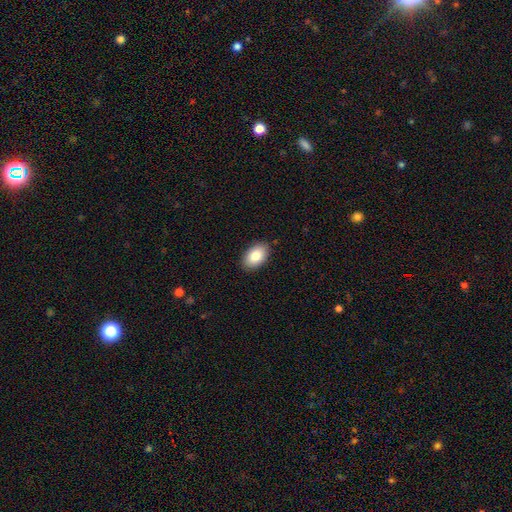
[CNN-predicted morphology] A smooth galaxy with no disk features (84%) that is in between round and cigar-shaped (92%).

Vote fractions:
- Smooth or featured? smooth: 84% / featured or disk: 9% / star or artifact: 7%
- How rounded? in between: 92% / round: 7% / cigar-shaped: 1%
- Merging? none: 88% / minor disturbance: 9% / major disturbance: 2% / merger: 1%